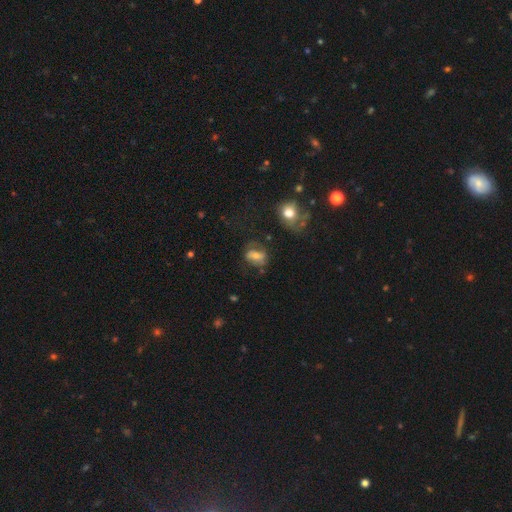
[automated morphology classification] This appears to be a smooth galaxy with no disk features (47%). Merging: none (57%).